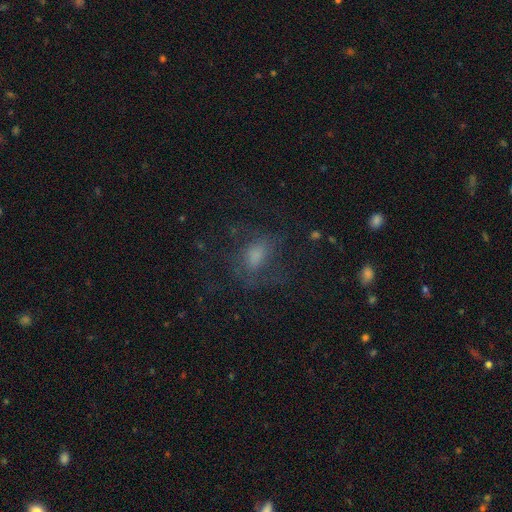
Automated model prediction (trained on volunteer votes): Smooth or featured: featured or disk — 42% (smooth — 40%)
Merging: none — 53% (major disturbance — 27%)